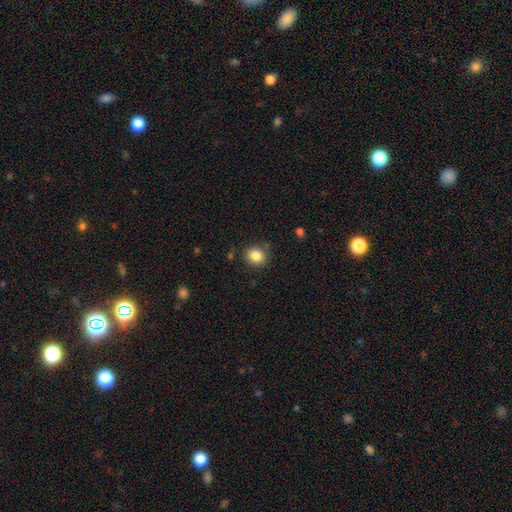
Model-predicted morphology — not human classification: Smooth or featured: smooth — 85% (star or artifact — 10%)
How rounded: round — 68% (in between — 31%)
Merging: none — 83% (minor disturbance — 11%)